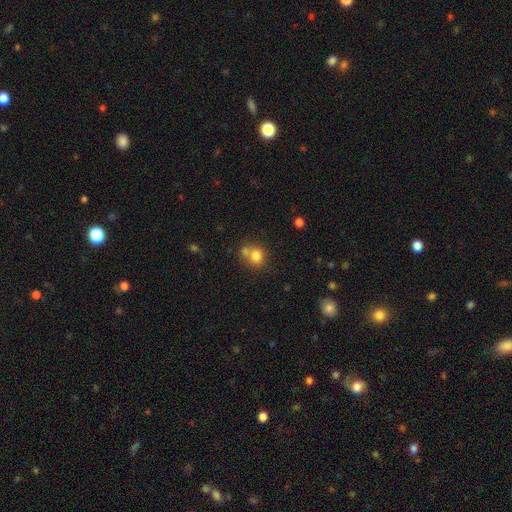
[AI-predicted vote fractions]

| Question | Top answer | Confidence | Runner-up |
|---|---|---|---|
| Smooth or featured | smooth | 78% | star or artifact (11%) |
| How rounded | round | 69% | in between (31%) |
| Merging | none | 46% | merger (38%) |